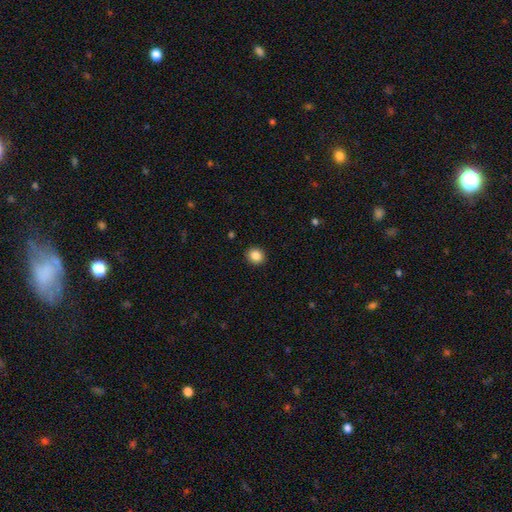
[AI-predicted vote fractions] The model was most divided on "how rounded": round: 80%, in between: 19%, cigar-shaped: 1%. More confident: merging — none (92%); smooth or featured — smooth (86%).